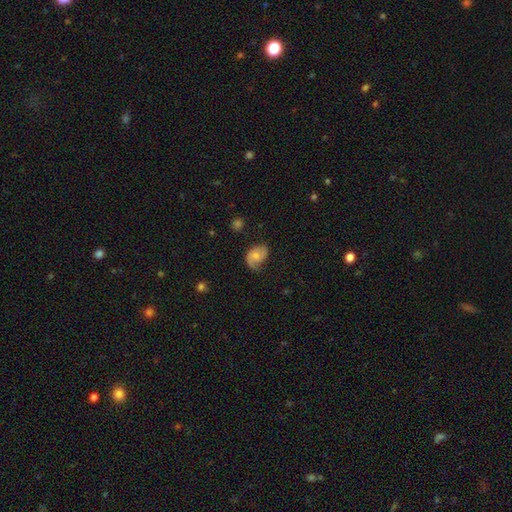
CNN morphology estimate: Smooth or featured: featured or disk — 52% (smooth — 40%)
Edge-on disk: no — 96% (yes — 4%)
Bar: no — 73% (weak — 23%)
Spiral arms: yes — 86% (no — 14%)
Bulge size: moderate — 46% (small — 45%)
Merging: none — 50% (minor disturbance — 32%)